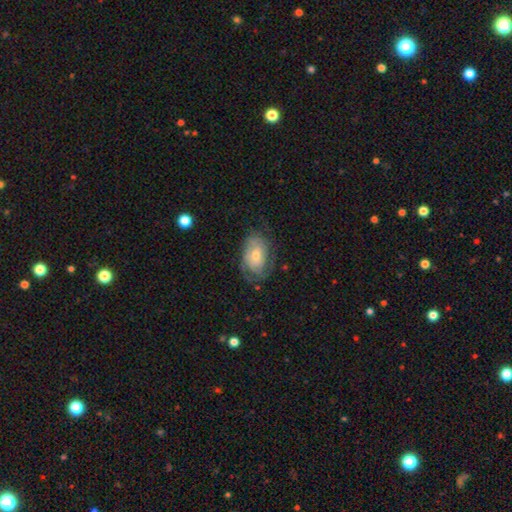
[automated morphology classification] smooth-or-featured: featured or disk: 60% | smooth: 32% | star or artifact: 8%
  disk-edge-on: no: 95% | yes: 5%
    bar: no: 73% | weak: 22% | strong: 4%
    has-spiral-arms: yes: 78% | no: 22%
    bulge-size: moderate: 50% | small: 44% | large: 4% | none: 2% | dominant: 1%
  merging: none: 61% | minor disturbance: 24% | major disturbance: 14% | merger: 1%